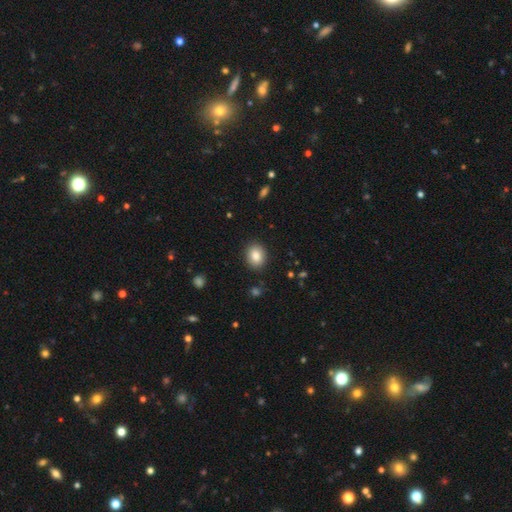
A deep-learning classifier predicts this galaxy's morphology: A smooth galaxy with no disk features (86%) that is in between round and cigar-shaped (53%).

Vote fractions:
- Smooth or featured? smooth: 86% / star or artifact: 8% / featured or disk: 6%
- How rounded? in between: 53% / round: 46% / cigar-shaped: 1%
- Merging? none: 88% / minor disturbance: 8% / major disturbance: 2% / merger: 1%